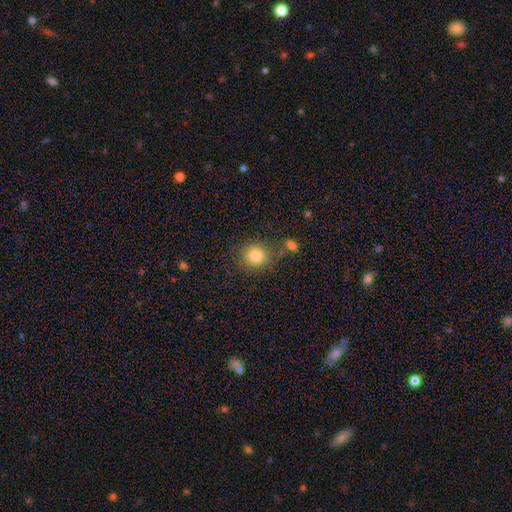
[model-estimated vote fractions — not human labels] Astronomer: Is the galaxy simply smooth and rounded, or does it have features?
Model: smooth — 83%.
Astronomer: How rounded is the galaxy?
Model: round — 86%.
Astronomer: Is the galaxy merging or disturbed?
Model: none — 77%.